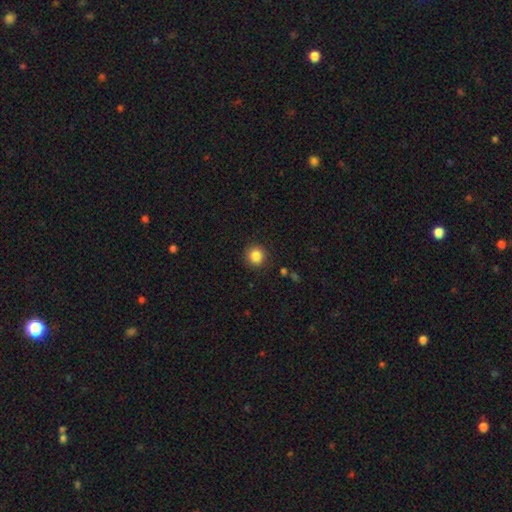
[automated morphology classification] A smooth galaxy with no disk features (85%) that is round (93%).

Vote fractions:
- Smooth or featured? smooth: 85% / star or artifact: 10% / featured or disk: 4%
- How rounded? round: 93% / in between: 6% / cigar-shaped: 1%
- Merging? none: 91% / minor disturbance: 6% / major disturbance: 2% / merger: 1%